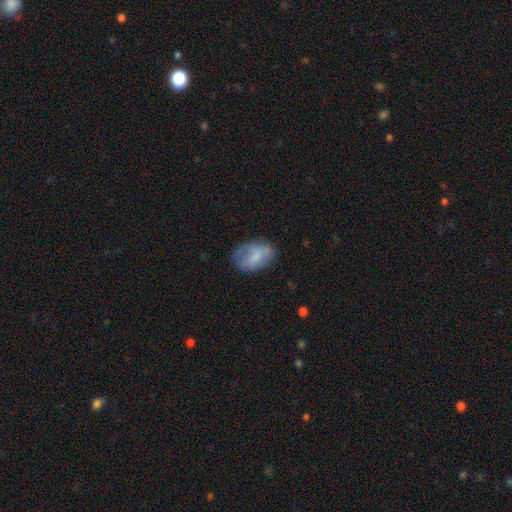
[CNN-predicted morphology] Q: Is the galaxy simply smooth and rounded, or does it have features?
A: smooth — 66%.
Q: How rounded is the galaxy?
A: in between — 87%.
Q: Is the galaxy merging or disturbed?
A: none — 60%.